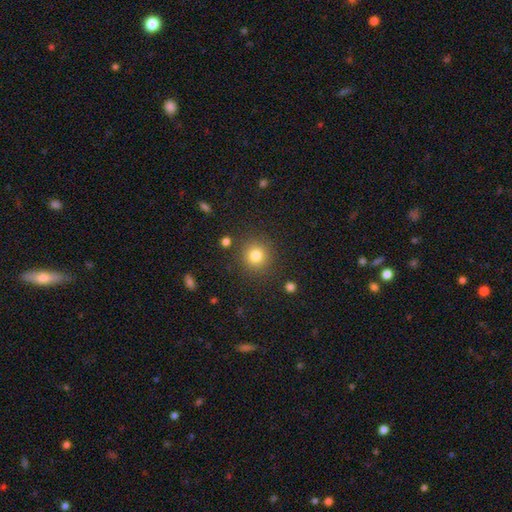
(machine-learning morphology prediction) Smooth or featured? smooth (81%)
How rounded? round (92%)
Merging? none (88%)